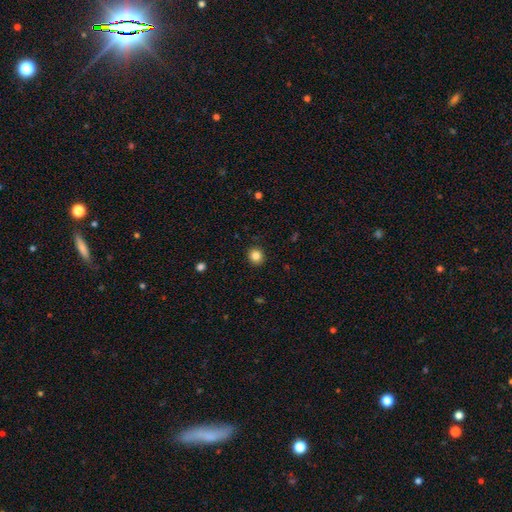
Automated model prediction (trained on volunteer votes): Smooth or featured?
  - smooth: 85% *
  - star or artifact: 11%
  - featured or disk: 4%
How rounded?
  - round: 88% *
  - in between: 11%
  - cigar-shaped: 1%
Merging?
  - none: 91% *
  - minor disturbance: 6%
  - major disturbance: 2%
  - merger: 1%